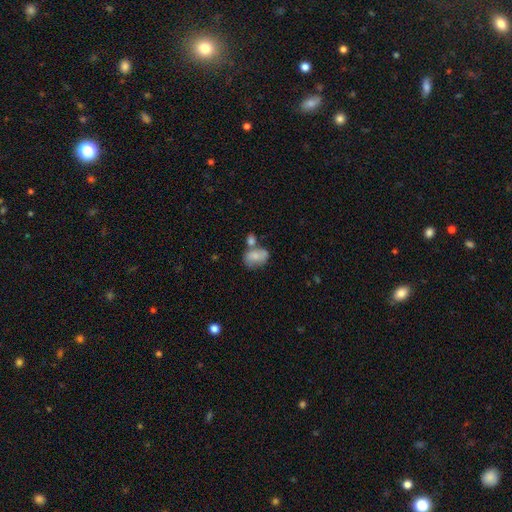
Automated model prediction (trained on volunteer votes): A smooth galaxy with no disk features (71%) that is in between round and cigar-shaped (76%).

Vote fractions:
- Smooth or featured? smooth: 71% / featured or disk: 21% / star or artifact: 8%
- How rounded? in between: 76% / round: 23% / cigar-shaped: 1%
- Merging? merger: 40% / none: 33% / minor disturbance: 18% / major disturbance: 9%